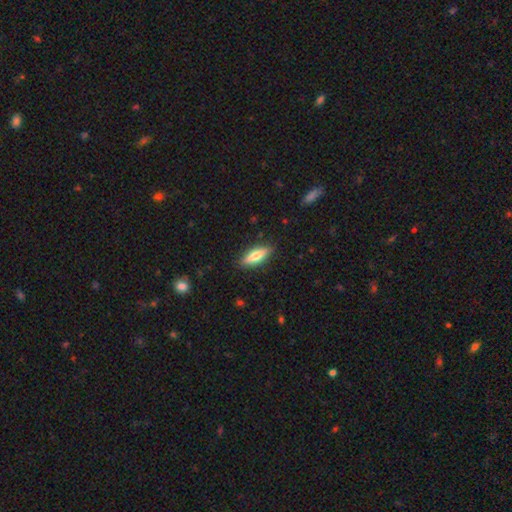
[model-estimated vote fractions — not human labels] Smooth or featured? Predicted: smooth (p=0.60). How rounded? Predicted: in between (p=0.49, tied with cigar-shaped). Merging? Predicted: none (p=0.88).